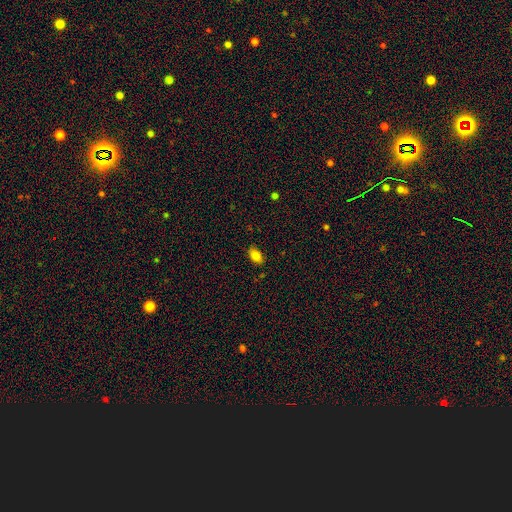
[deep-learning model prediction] This appears to be a smooth galaxy with no disk features (85%) that is in between round and cigar-shaped (89%). Merging: none (84%).